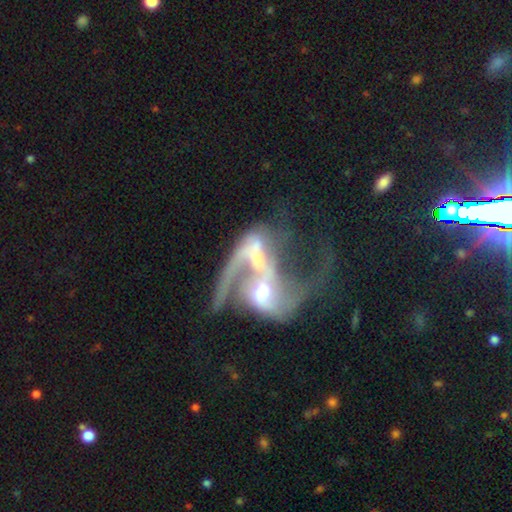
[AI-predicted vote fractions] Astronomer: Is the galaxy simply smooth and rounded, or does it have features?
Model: featured or disk — 76%.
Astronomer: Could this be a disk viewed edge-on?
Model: no — 96%.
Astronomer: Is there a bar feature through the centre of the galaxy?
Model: no — 51% (runner-up: weak, 30%).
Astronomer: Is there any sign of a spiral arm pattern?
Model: yes — 72%.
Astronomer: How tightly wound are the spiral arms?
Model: loose — 66%.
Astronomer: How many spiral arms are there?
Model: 1 — 41% (runner-up: 2, 33%).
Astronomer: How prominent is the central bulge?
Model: moderate — 58%.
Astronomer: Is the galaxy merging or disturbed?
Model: merger — 63%.